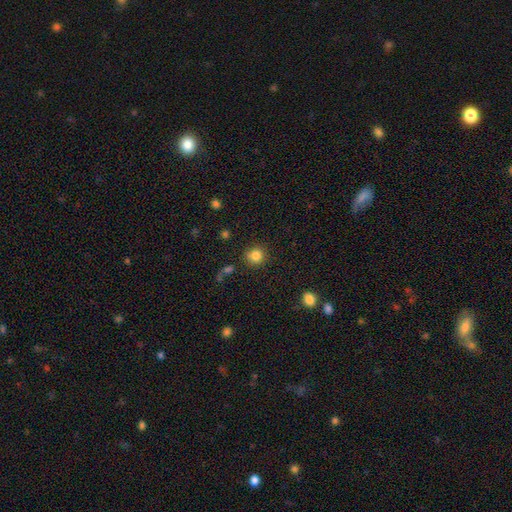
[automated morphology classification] The model was most divided on "smooth or featured": smooth: 84%, star or artifact: 11%, featured or disk: 5%. More confident: how rounded — round (89%); merging — none (86%).